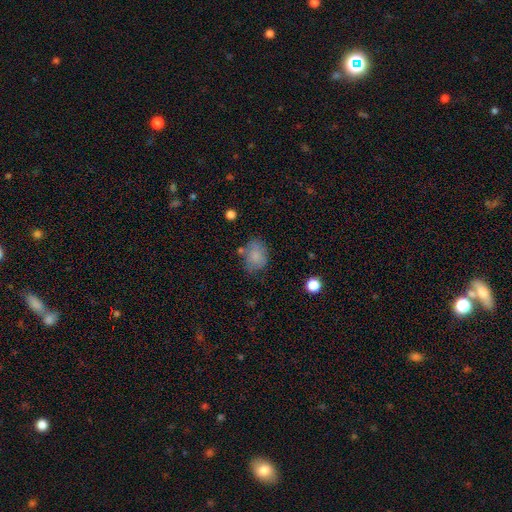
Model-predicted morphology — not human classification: A smooth galaxy with no disk features (81%) that is in between round and cigar-shaped (62%).

Vote fractions:
- Smooth or featured? smooth: 81% / featured or disk: 10% / star or artifact: 8%
- How rounded? in between: 62% / round: 37% / cigar-shaped: 1%
- Merging? none: 62% / minor disturbance: 24% / major disturbance: 8% / merger: 6%